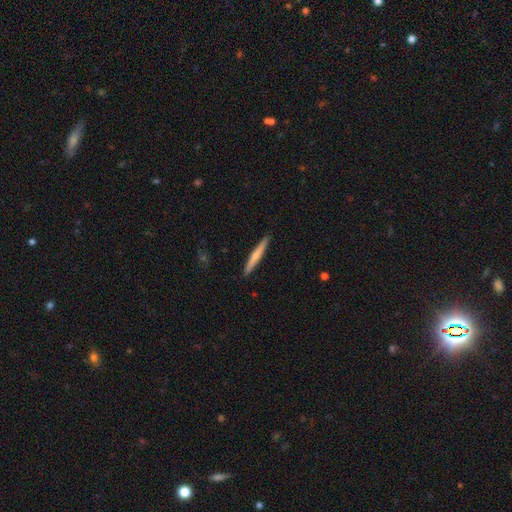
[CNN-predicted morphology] Smooth or featured? Predicted: smooth (p=0.57). How rounded? Predicted: cigar-shaped (p=0.96). Merging? Predicted: none (p=0.91).